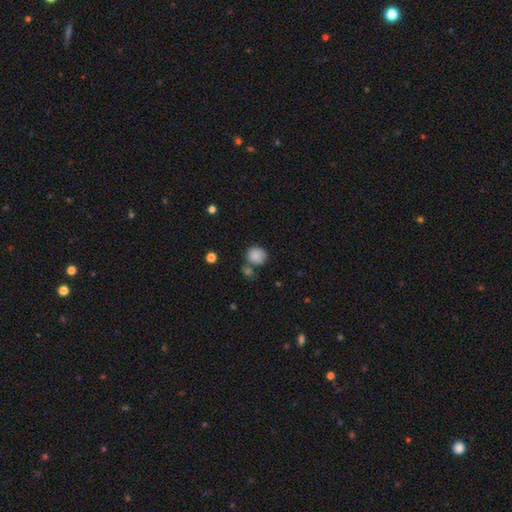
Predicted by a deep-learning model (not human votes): The model was most divided on "merging": none: 60%, merger: 18%, minor disturbance: 17%, major disturbance: 5%. More confident: smooth or featured — smooth (86%); how rounded — round (80%).